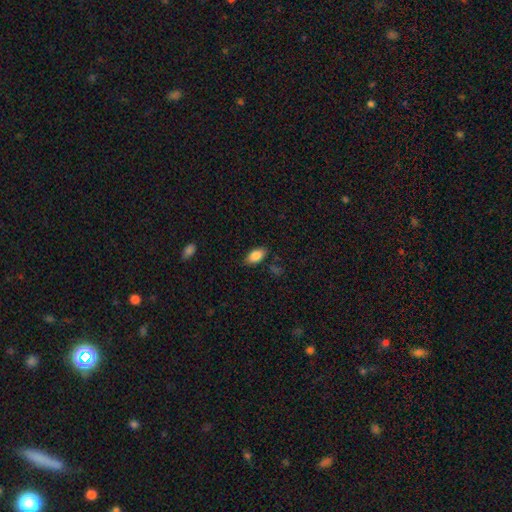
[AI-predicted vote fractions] smooth_or_featured: smooth (p=0.85) [alt: star or artifact p=0.08]
how_rounded: in between (p=0.91) [alt: round p=0.05]
merging: none (p=0.81) [alt: minor disturbance p=0.14]